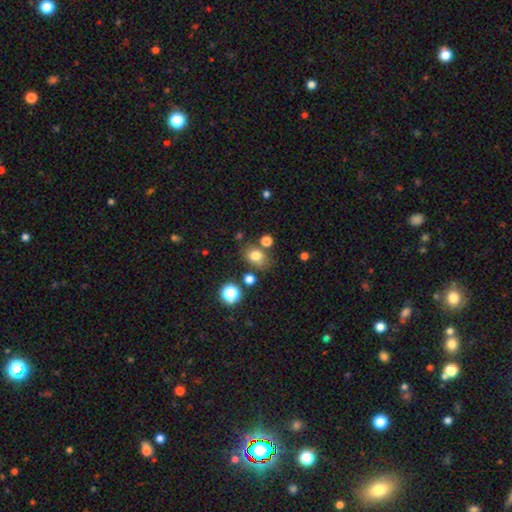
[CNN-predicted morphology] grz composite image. It shows a smooth galaxy with no disk features (76%) that is in between round and cigar-shaped (57%). Merging: none (70%).